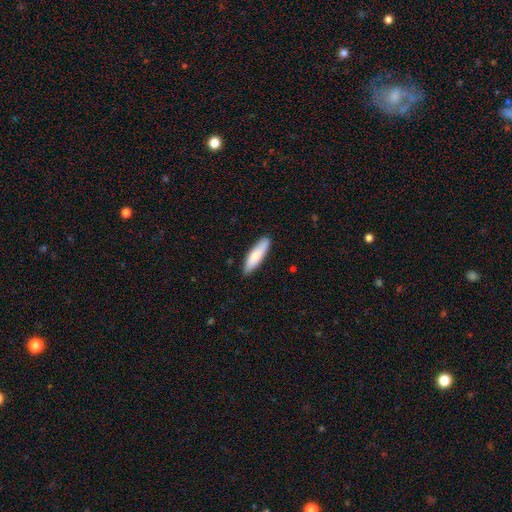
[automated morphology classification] smooth 78%, featured or disk 17%, star or artifact 5%. Down the decision tree: how rounded — cigar-shaped (67%); merging — none (87%).